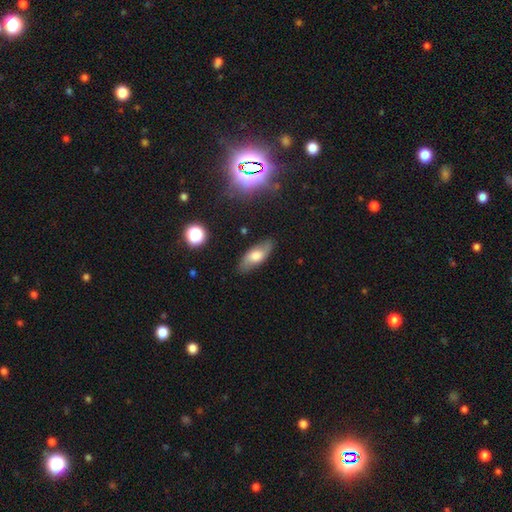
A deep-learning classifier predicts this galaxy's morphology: Overall: smooth (57%; featured or disk 35%). How rounded: in between (77%). Merging: none (82%).